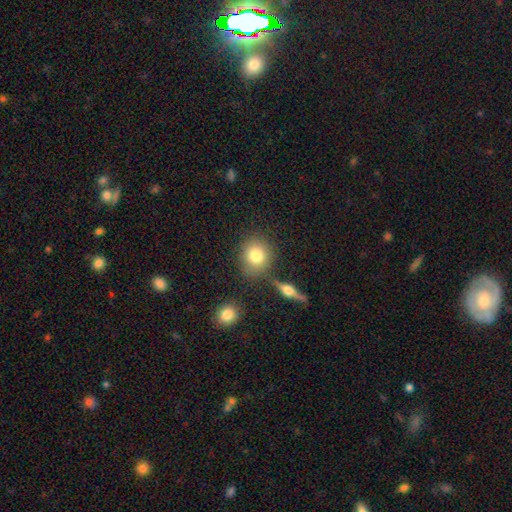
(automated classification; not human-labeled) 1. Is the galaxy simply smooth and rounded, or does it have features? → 77% smooth, 14% featured or disk, 9% star or artifact.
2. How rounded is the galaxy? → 73% round, 26% in between, 2% cigar-shaped.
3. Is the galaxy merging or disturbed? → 76% none, 11% minor disturbance, 10% merger, 3% major disturbance.